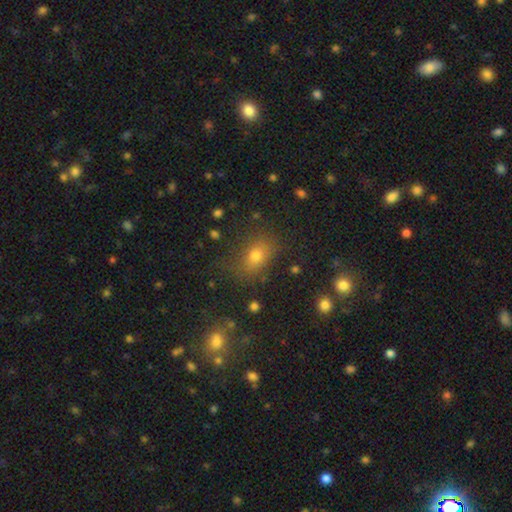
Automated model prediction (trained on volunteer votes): A smooth galaxy with no disk features (72%) that is in between round and cigar-shaped (69%). Merging: none (75%).